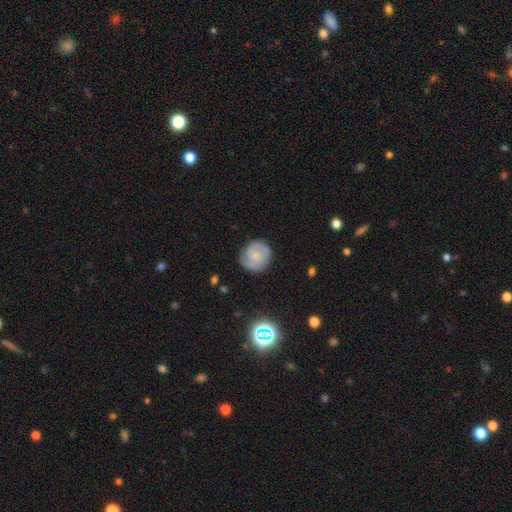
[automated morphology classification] The model was most divided on "spiral winding": tight: 52%, medium: 38%, loose: 10%. More confident: edge-on disk — no (98%); spiral arms — yes (92%); merging — none (78%); spiral arm count — 2 (70%); smooth or featured — featured or disk (66%); bar — no (62%); bulge size — small (60%).